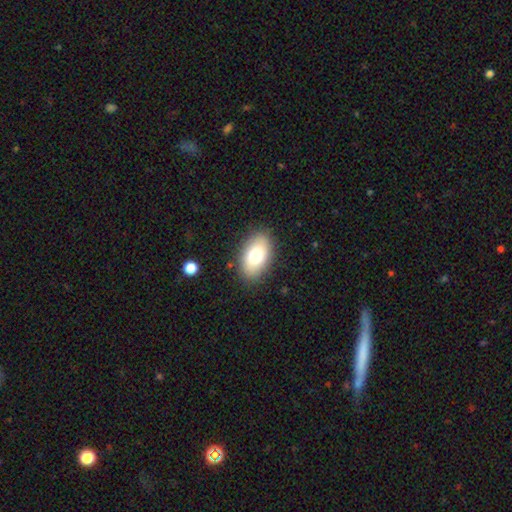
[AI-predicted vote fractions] The model was most divided on "smooth or featured": smooth: 75%, featured or disk: 17%, star or artifact: 8%. More confident: how rounded — in between (91%); merging — none (86%).